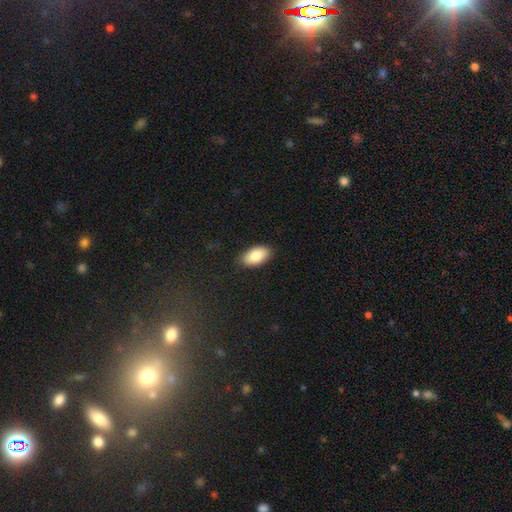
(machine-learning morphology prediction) type=smooth (86%); roundness=in between (94%); merging=none (87%).